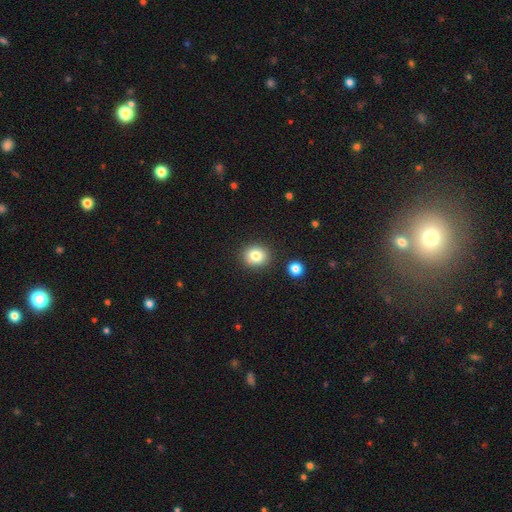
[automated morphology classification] This appears to be a smooth galaxy with no disk features (81%) that is round (77%). Merging: none (87%).